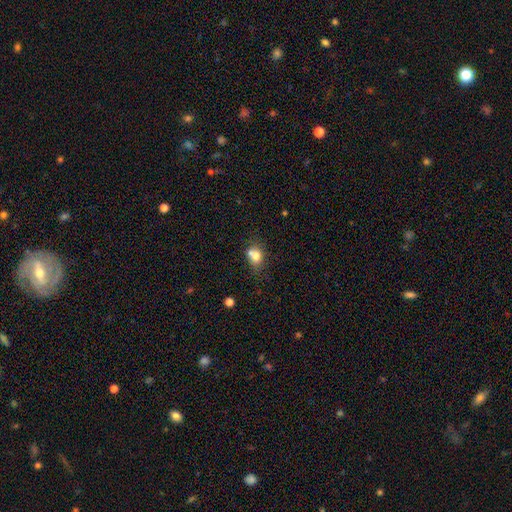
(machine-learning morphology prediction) A smooth galaxy with no disk features (73%) that is round (52%).

Vote fractions:
- Smooth or featured? smooth: 73% / featured or disk: 16% / star or artifact: 11%
- How rounded? round: 52% / in between: 47% / cigar-shaped: 1%
- Merging? none: 41% / merger: 38% / minor disturbance: 15% / major disturbance: 6%